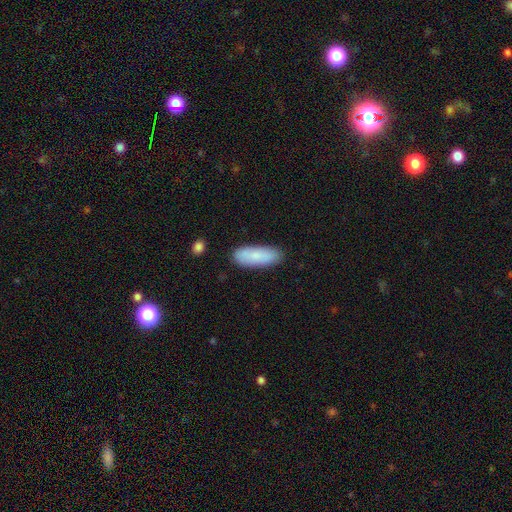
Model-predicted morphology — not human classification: The model was most divided on "how rounded": in between: 65%, cigar-shaped: 33%, round: 2%. More confident: merging — none (85%); smooth or featured — smooth (84%).